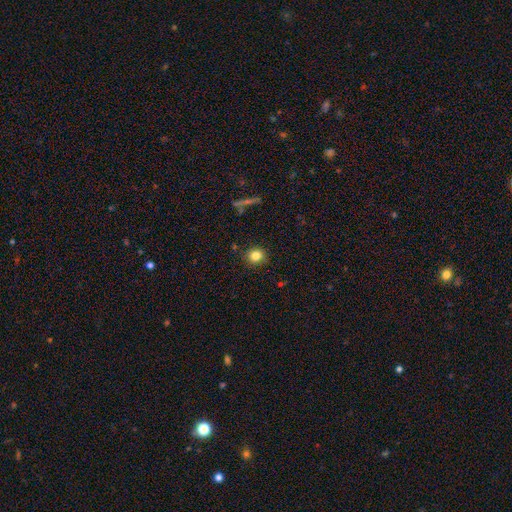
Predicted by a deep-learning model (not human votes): Smooth or featured? smooth (82%)
How rounded? round (79%)
Merging? none (87%)